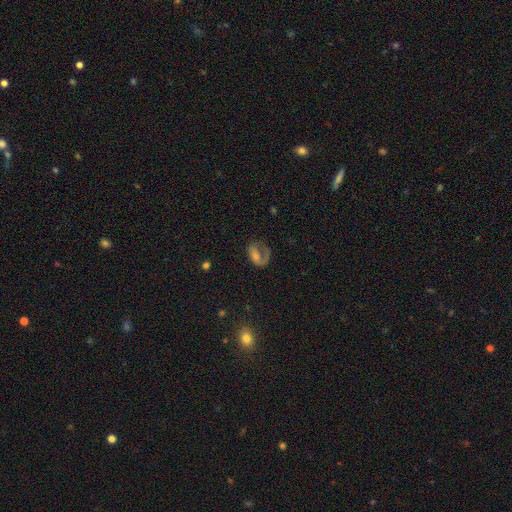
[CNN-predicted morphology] type=featured or disk (59%); edge-on=no (96%); bar=no (53%); spiral arms=yes (72%); bulge=small (40%); merging=none (46%).